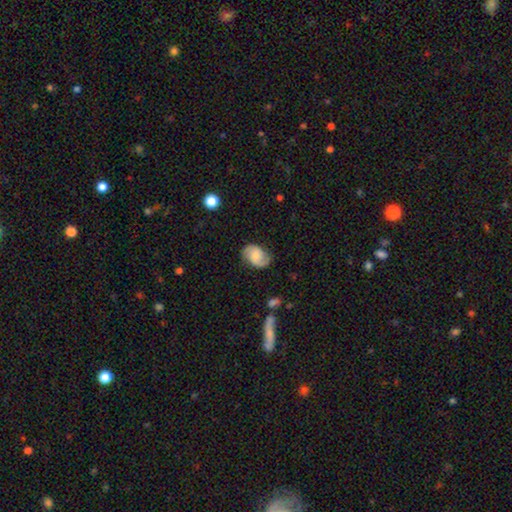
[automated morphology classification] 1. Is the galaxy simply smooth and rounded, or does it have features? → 62% featured or disk, 31% smooth, 7% star or artifact.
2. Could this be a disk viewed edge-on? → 97% no, 3% yes.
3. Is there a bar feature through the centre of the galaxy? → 61% no, 33% weak, 6% strong.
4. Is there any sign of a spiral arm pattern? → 93% yes, 7% no.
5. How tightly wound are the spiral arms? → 46% medium, 27% tight, 27% loose.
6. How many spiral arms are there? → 88% 2, 6% can't tell, 3% 1, 1% 3, 1% 4, 1% more than 4.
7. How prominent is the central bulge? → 41% small, 34% moderate, 17% none, 6% large, 2% dominant.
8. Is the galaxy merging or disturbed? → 77% none, 17% minor disturbance, 5% major disturbance, 1% merger.